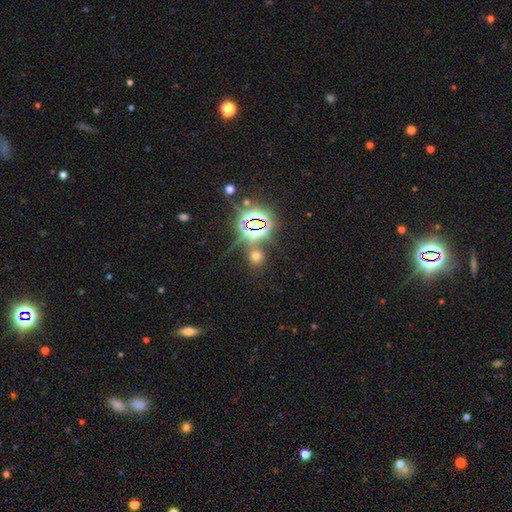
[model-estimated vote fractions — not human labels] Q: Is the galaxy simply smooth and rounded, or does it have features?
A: smooth — 51%.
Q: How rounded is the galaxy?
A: round — 82%.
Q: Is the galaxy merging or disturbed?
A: none — 77%.